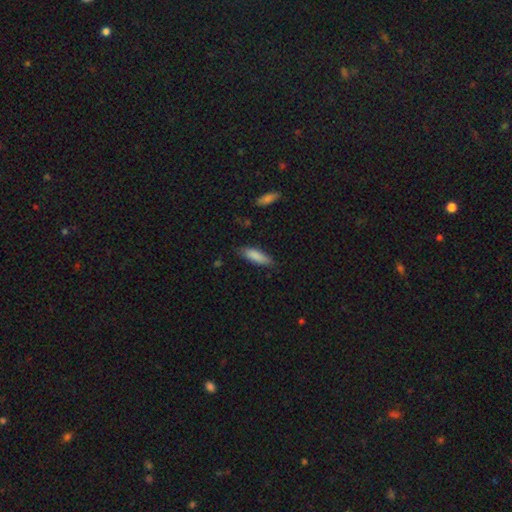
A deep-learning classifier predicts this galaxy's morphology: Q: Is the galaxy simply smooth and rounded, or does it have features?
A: smooth — 86%.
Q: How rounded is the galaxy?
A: in between — 51%.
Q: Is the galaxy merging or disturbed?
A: none — 78%.